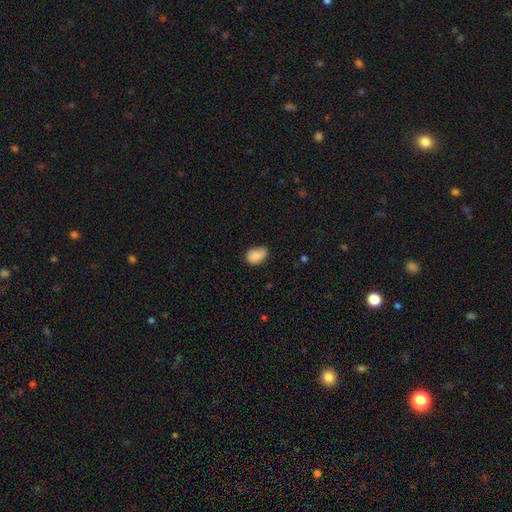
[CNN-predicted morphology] smooth 85%, star or artifact 8%, featured or disk 7%. Down the decision tree: how rounded — in between (80%); merging — none (60%).